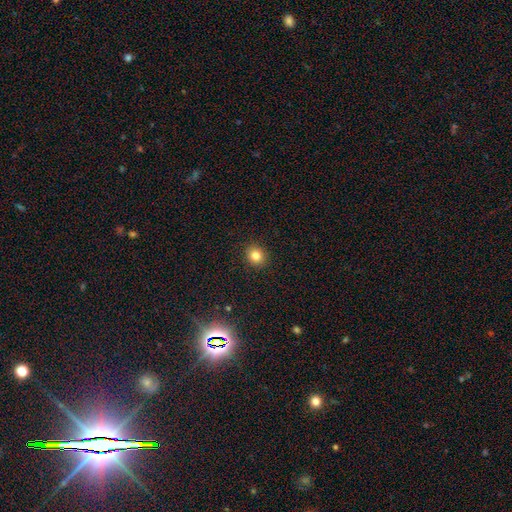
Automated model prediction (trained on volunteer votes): Q: Smooth or featured?
A: smooth (82%); runner-up: star or artifact (12%)
Q: How rounded?
A: round (77%); runner-up: in between (22%)
Q: Merging?
A: none (91%); runner-up: minor disturbance (6%)